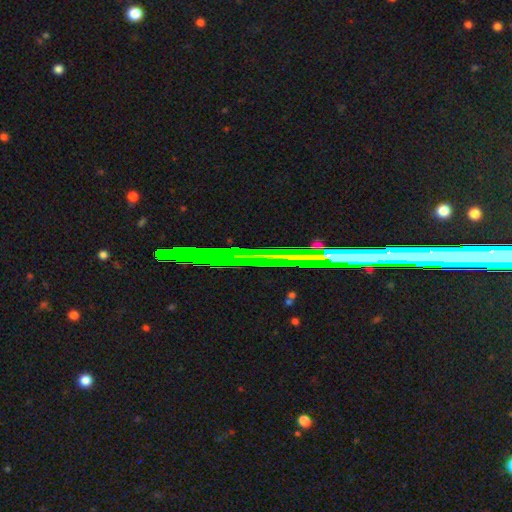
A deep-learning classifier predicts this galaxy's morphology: A star or artifact, not a galaxy (67%).